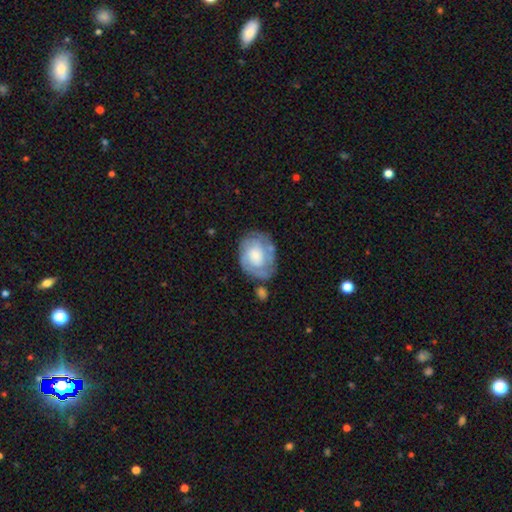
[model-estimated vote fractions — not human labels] Smooth or featured: featured or disk — 59% (smooth — 35%)
Edge-on disk: no — 97% (yes — 3%)
Bar: no — 75% (weak — 22%)
Spiral arms: yes — 75% (no — 25%)
Bulge size: moderate — 36% (large — 29%)
Merging: none — 58% (minor disturbance — 24%)